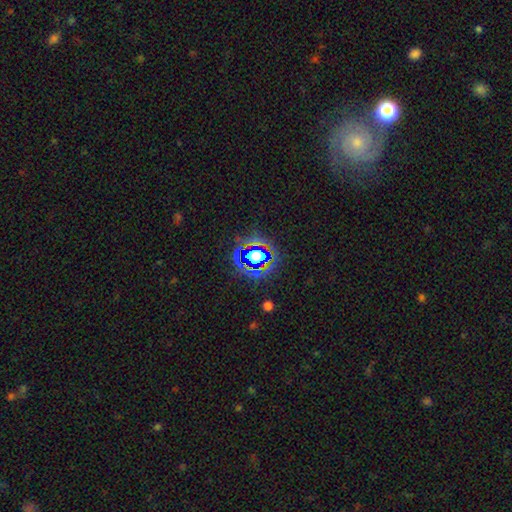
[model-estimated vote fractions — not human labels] Smooth or featured?
  - star or artifact: 63% *
  - smooth: 22%
  - featured or disk: 14%